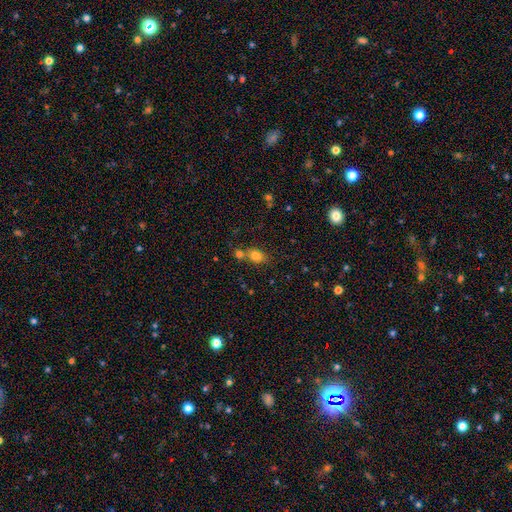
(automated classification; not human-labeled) Smooth or featured: smooth — 80% (star or artifact — 12%)
How rounded: in between — 61% (round — 37%)
Merging: none — 52% (merger — 33%)